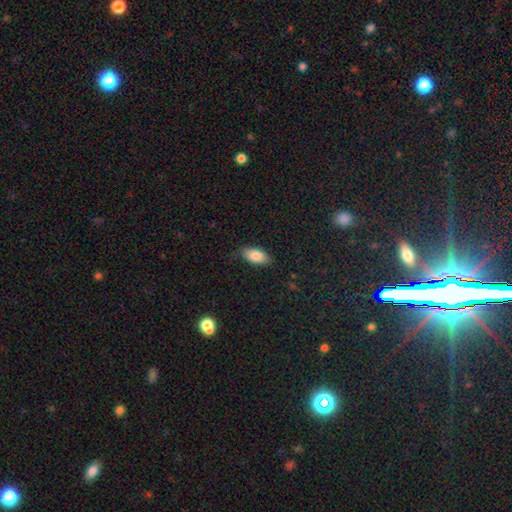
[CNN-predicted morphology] Q: Smooth or featured?
A: smooth (83%); runner-up: featured or disk (10%)
Q: How rounded?
A: in between (92%); runner-up: cigar-shaped (5%)
Q: Merging?
A: none (74%); runner-up: minor disturbance (20%)